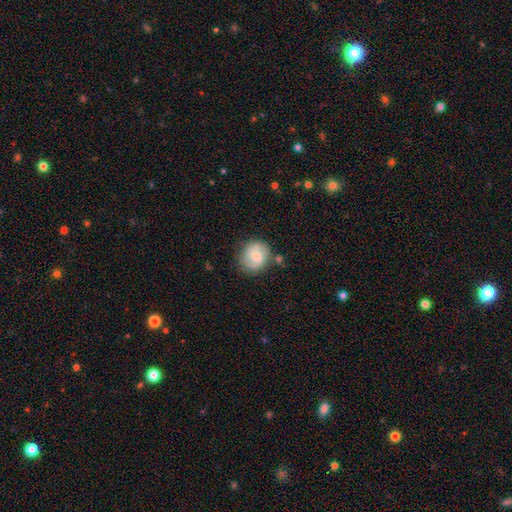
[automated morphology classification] type=featured or disk (70%); edge-on=no (98%); bar=no (58%); spiral arms=yes (94%); winding=medium (49%); arm count=2 (88%); bulge=small (53%); merging=none (79%).